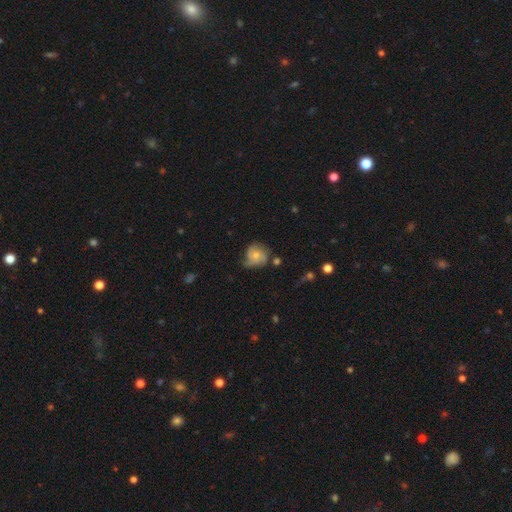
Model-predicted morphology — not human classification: The model was most divided on "smooth or featured": featured or disk: 49%, smooth: 42%, star or artifact: 8%. More confident: merging — none (50%).